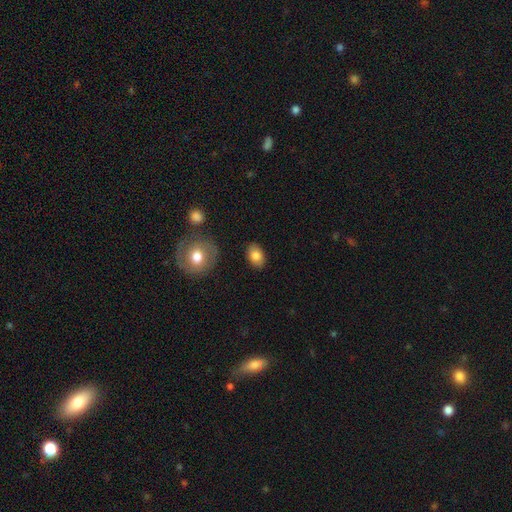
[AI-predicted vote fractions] Overall: smooth (82%). How rounded: in between (83%). Merging: none (87%).